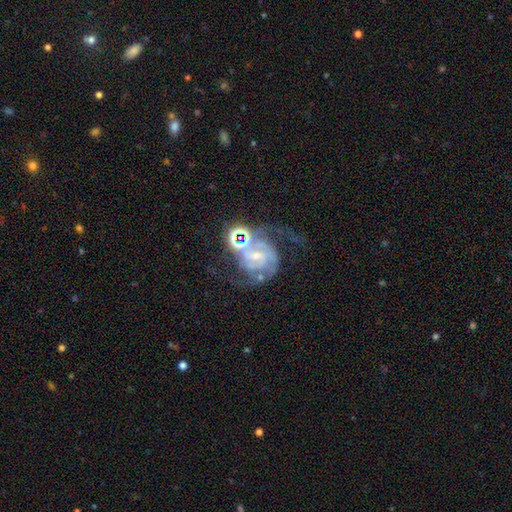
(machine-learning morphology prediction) Smooth or featured: featured or disk — 84% (star or artifact — 10%)
Edge-on disk: no — 98% (yes — 2%)
Bar: weak — 42% (no — 41%)
Spiral arms: yes — 96% (no — 4%)
Spiral winding: medium — 47% (tight — 38%)
Spiral arm count: 2 — 61% (3 — 14%)
Bulge size: small — 67% (moderate — 24%)
Merging: none — 49% (major disturbance — 21%)